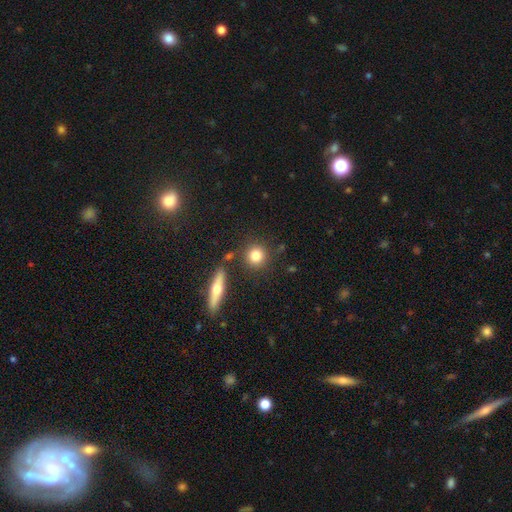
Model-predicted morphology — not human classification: The model was most divided on "smooth or featured": smooth: 79%, featured or disk: 12%, star or artifact: 9%. More confident: how rounded — round (88%); merging — none (81%).